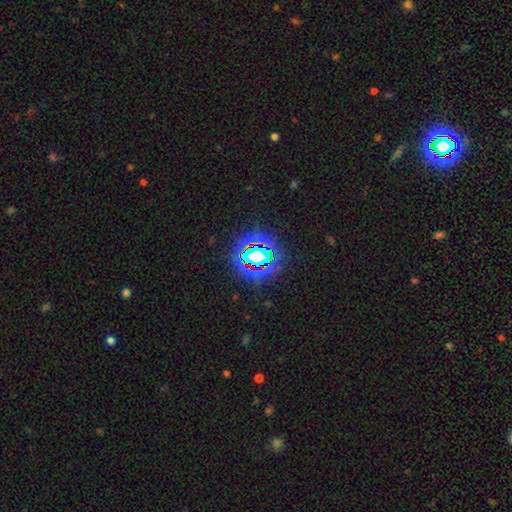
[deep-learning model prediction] Smooth or featured? Predicted: star or artifact (p=0.73).